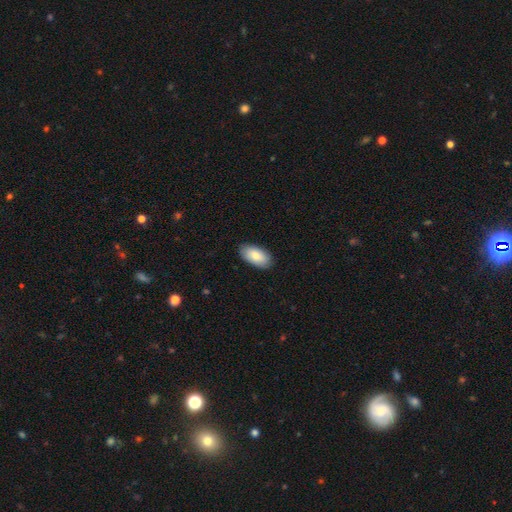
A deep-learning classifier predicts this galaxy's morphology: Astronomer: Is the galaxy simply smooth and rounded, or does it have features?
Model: smooth — 81%.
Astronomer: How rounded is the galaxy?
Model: in between — 95%.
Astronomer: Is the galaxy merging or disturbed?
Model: none — 88%.